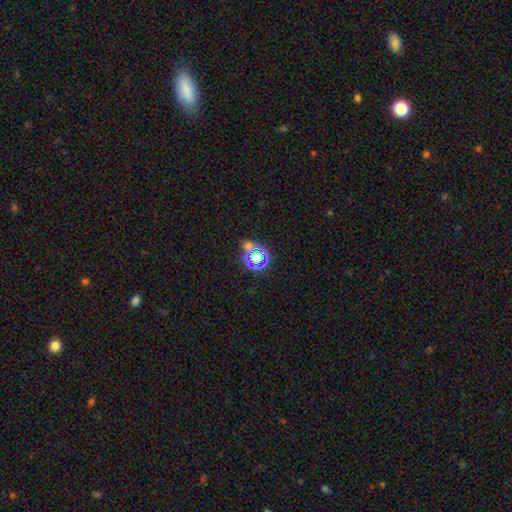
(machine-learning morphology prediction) type=star or artifact (70%).